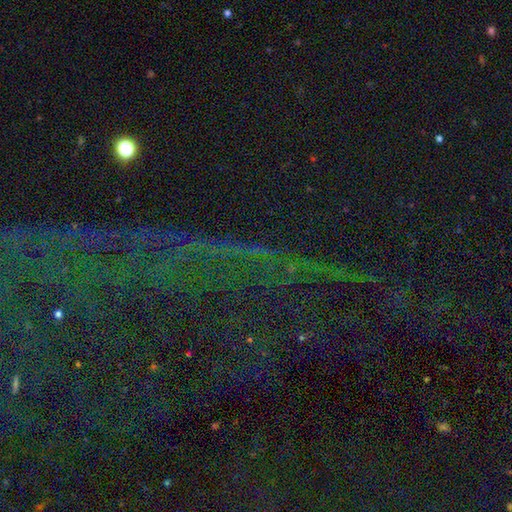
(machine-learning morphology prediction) Smooth or featured?
  - star or artifact: 86% *
  - featured or disk: 7%
  - smooth: 7%